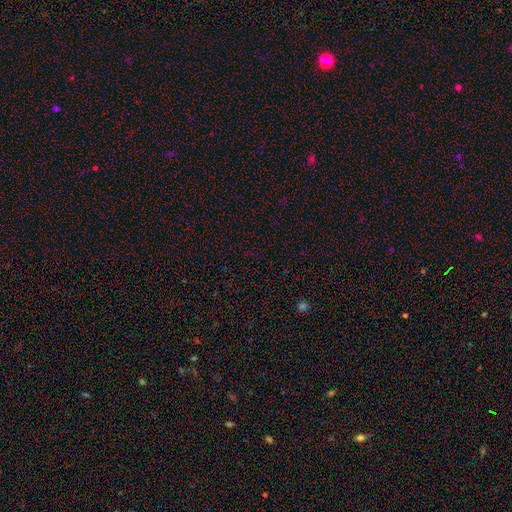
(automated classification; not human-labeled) Morphology: type=star or artifact (68%).